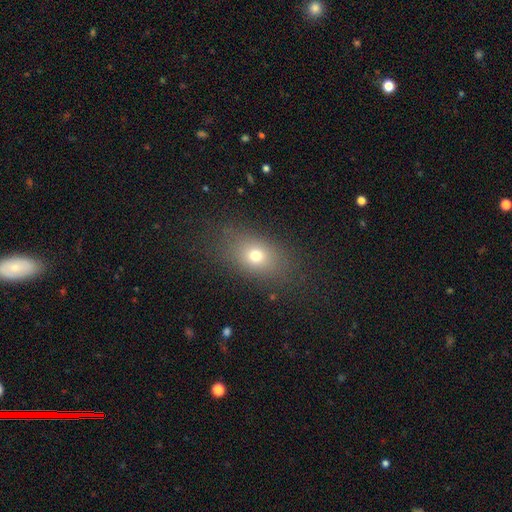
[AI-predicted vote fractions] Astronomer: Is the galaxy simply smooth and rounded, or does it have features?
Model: smooth — 71%.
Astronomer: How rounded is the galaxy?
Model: in between — 69%.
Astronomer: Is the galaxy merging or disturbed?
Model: none — 80%.